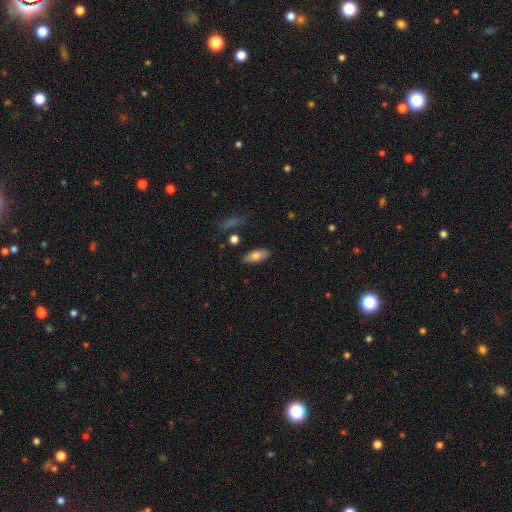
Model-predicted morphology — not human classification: A smooth galaxy with no disk features (76%) that is in between round and cigar-shaped (80%).

Vote fractions:
- Smooth or featured? smooth: 76% / featured or disk: 17% / star or artifact: 7%
- How rounded? in between: 80% / cigar-shaped: 17% / round: 3%
- Merging? none: 84% / minor disturbance: 11% / merger: 3% / major disturbance: 2%